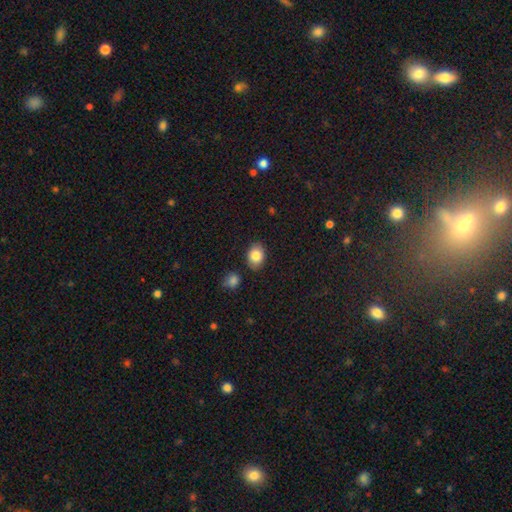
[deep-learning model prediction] Smooth or featured? Predicted: smooth (p=0.84). How rounded? Predicted: in between (p=0.73). Merging? Predicted: none (p=0.85).